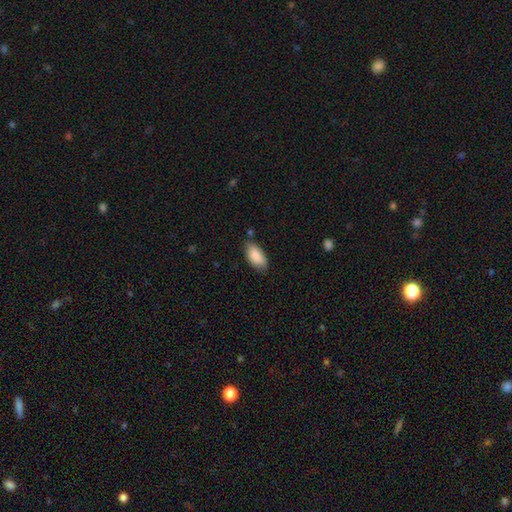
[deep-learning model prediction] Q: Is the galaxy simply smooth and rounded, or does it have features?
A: smooth — 87%.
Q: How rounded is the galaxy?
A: in between — 90%.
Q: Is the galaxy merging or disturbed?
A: none — 74%.